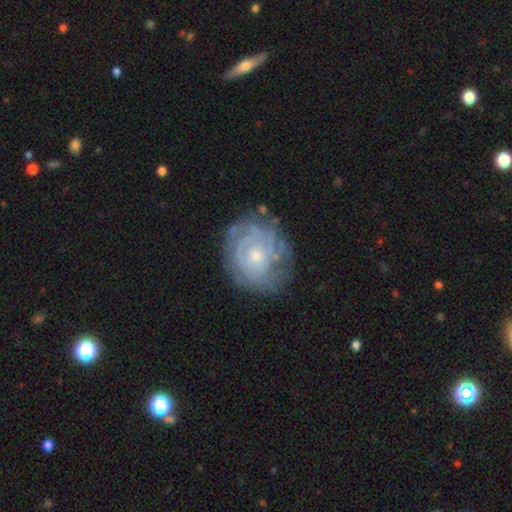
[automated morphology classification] type=featured or disk (77%); edge-on=no (98%); bar=no (80%); spiral arms=yes (85%); winding=tight (71%); arm count=can't tell (51%); bulge=small (57%); merging=none (69%).